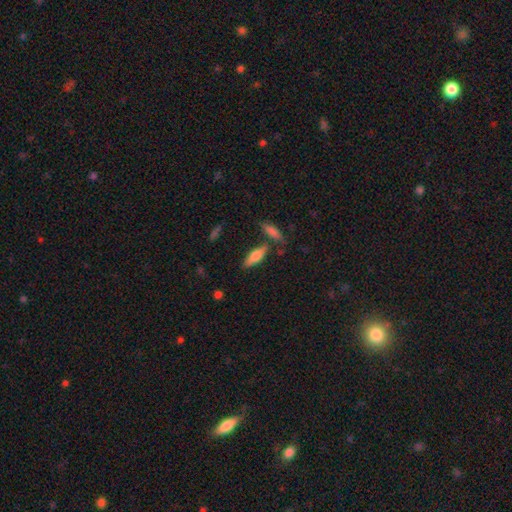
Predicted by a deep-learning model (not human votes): Smooth or featured? Predicted: smooth (p=0.68). How rounded? Predicted: in between (p=0.53). Merging? Predicted: none (p=0.72).